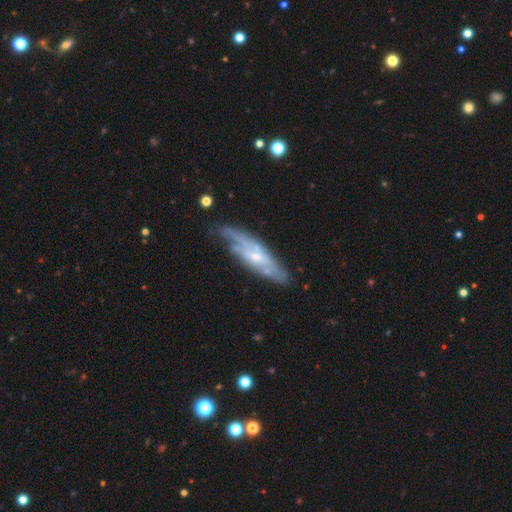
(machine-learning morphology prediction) Smooth or featured?
  - featured or disk: 72% *
  - smooth: 23%
  - star or artifact: 6%
Edge-on disk?
  - no: 63% *
  - yes: 37%
Merging?
  - none: 57% *
  - minor disturbance: 27%
  - major disturbance: 12%
  - merger: 3%